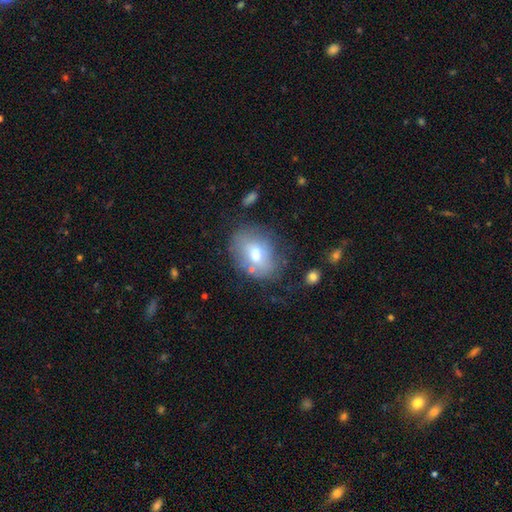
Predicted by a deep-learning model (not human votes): This appears to be a smooth galaxy with no disk features (60%) that is in between round and cigar-shaped (75%). Merging: none (60%).